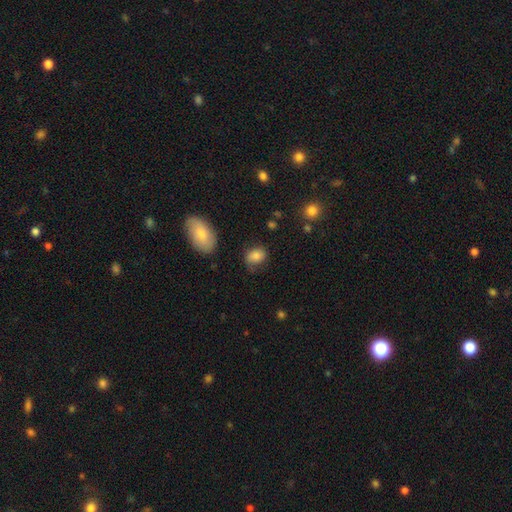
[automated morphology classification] Smooth or featured? Predicted: smooth (p=0.81). How rounded? Predicted: in between (p=0.67). Merging? Predicted: none (p=0.65).